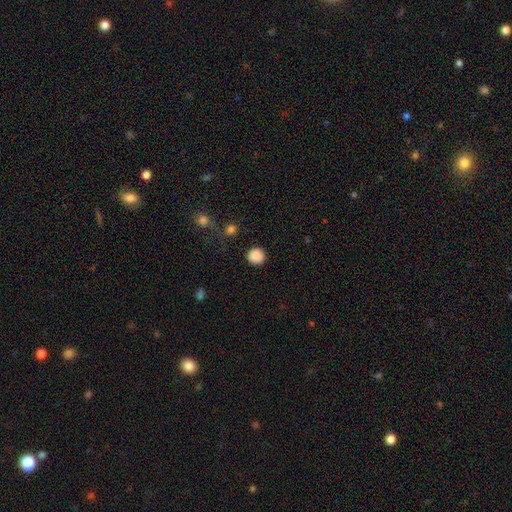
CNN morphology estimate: A smooth galaxy with no disk features (88%) that is round (94%).

Vote fractions:
- Smooth or featured? smooth: 88% / star or artifact: 9% / featured or disk: 3%
- How rounded? round: 94% / in between: 5% / cigar-shaped: 1%
- Merging? none: 89% / minor disturbance: 6% / major disturbance: 2% / merger: 2%